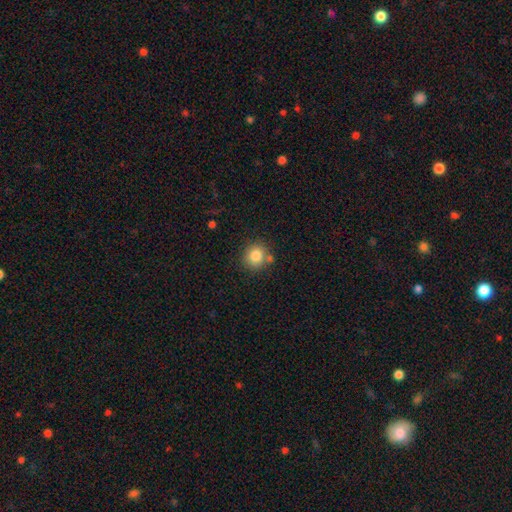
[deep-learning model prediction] Smooth or featured: smooth — 83% (star or artifact — 10%)
How rounded: round — 83% (in between — 16%)
Merging: none — 73% (minor disturbance — 12%)